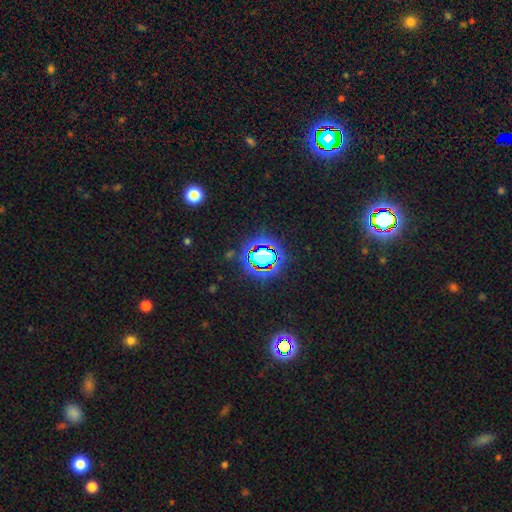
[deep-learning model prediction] Smooth or featured? Predicted: star or artifact (p=0.72).